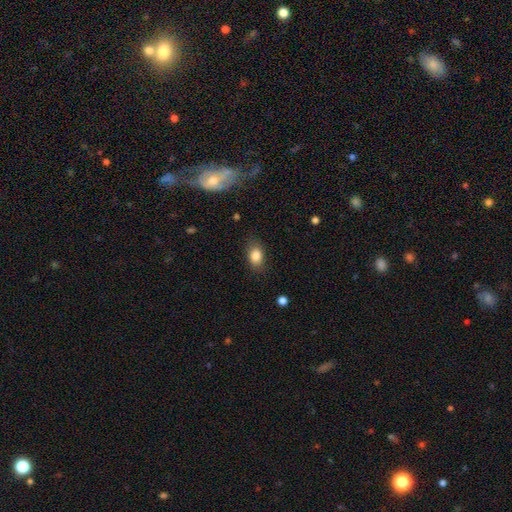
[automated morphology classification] smooth_or_featured: smooth (p=0.84) [alt: star or artifact p=0.08]
how_rounded: in between (p=0.81) [alt: round p=0.17]
merging: none (p=0.80) [alt: minor disturbance p=0.14]